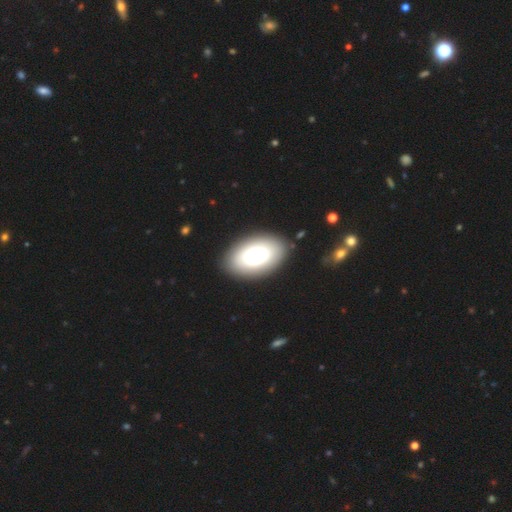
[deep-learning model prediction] Smooth or featured?
  - smooth: 76% *
  - featured or disk: 16%
  - star or artifact: 9%
How rounded?
  - in between: 90% *
  - round: 9%
  - cigar-shaped: 1%
Merging?
  - none: 88% *
  - minor disturbance: 8%
  - major disturbance: 3%
  - merger: 2%